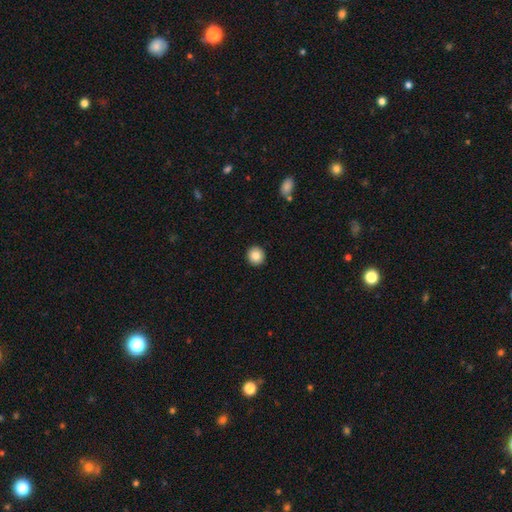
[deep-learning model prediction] Smooth or featured?
  - smooth: 86% *
  - star or artifact: 9%
  - featured or disk: 6%
How rounded?
  - round: 93% *
  - in between: 6%
  - cigar-shaped: 1%
Merging?
  - none: 93% *
  - minor disturbance: 4%
  - major disturbance: 1%
  - merger: 1%